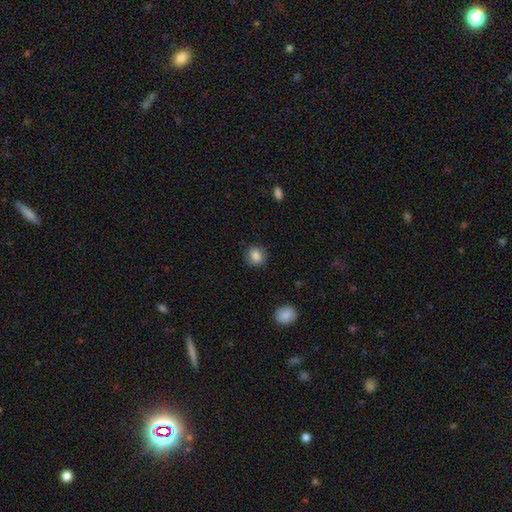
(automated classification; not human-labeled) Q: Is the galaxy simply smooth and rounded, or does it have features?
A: smooth — 84%.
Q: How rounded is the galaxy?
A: round — 67%.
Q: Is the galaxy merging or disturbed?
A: none — 82%.